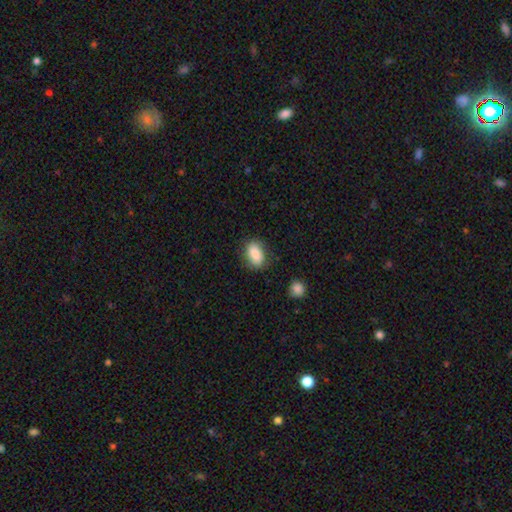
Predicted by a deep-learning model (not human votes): Q: Smooth or featured?
A: smooth (84%); runner-up: featured or disk (8%)
Q: How rounded?
A: in between (83%); runner-up: round (12%)
Q: Merging?
A: none (80%); runner-up: minor disturbance (15%)